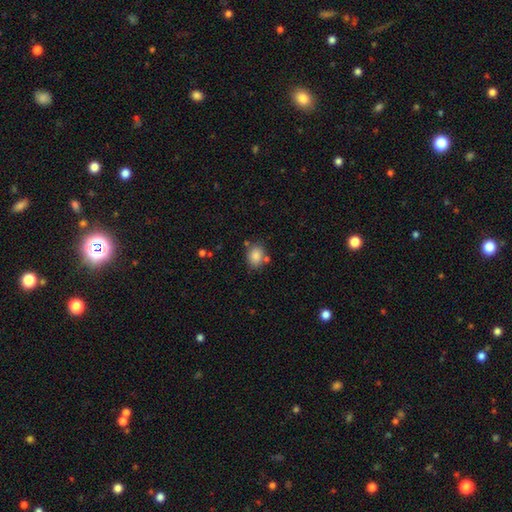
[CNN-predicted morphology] Smooth or featured: smooth — 85% (star or artifact — 9%)
How rounded: in between — 57% (round — 42%)
Merging: none — 71% (minor disturbance — 14%)